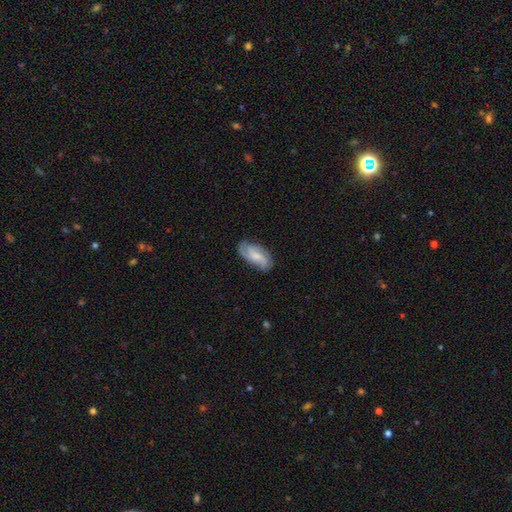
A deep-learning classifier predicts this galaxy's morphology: Smooth or featured: featured or disk — 65% (smooth — 29%)
Edge-on disk: no — 95% (yes — 5%)
Bar: no — 52% (weak — 39%)
Spiral arms: yes — 93% (no — 7%)
Spiral winding: medium — 46% (tight — 28%)
Spiral arm count: 3 — 36% (2 — 31%)
Bulge size: small — 48% (moderate — 35%)
Merging: none — 73% (minor disturbance — 19%)